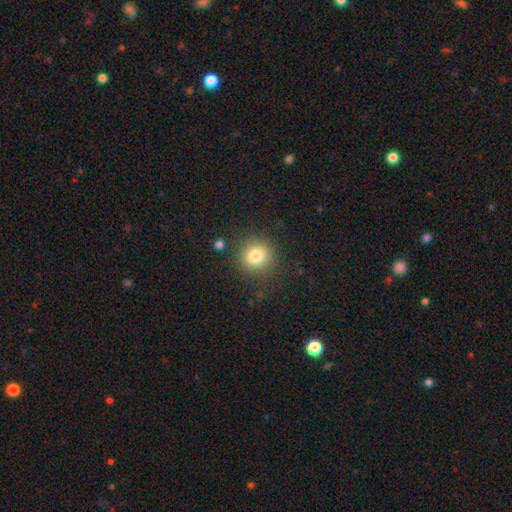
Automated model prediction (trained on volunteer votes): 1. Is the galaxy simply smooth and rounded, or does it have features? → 80% smooth, 12% star or artifact, 8% featured or disk.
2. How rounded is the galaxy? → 92% round, 7% in between, 1% cigar-shaped.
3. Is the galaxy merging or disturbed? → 87% none, 8% minor disturbance, 3% major disturbance, 2% merger.